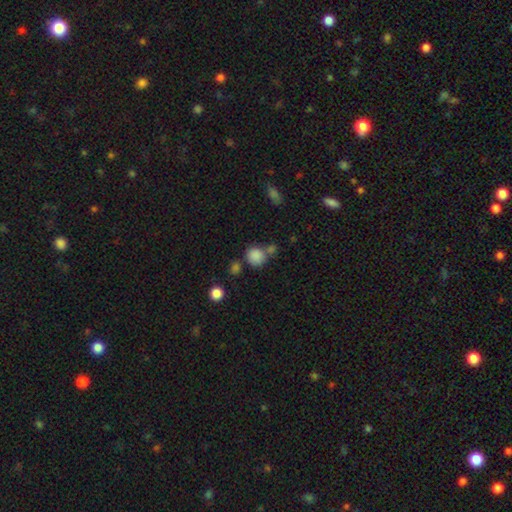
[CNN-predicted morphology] This is clearly a smooth galaxy (84%). How rounded: clearly round (82%). Merging: likely none (61%).